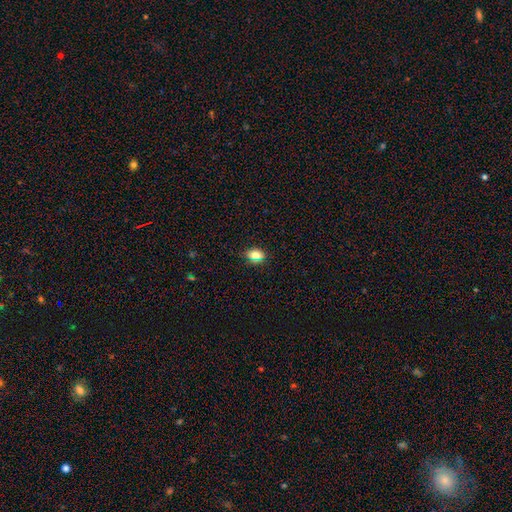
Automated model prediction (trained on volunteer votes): A smooth galaxy with no disk features (74%) that is in between round and cigar-shaped (69%). Merging: none (86%).